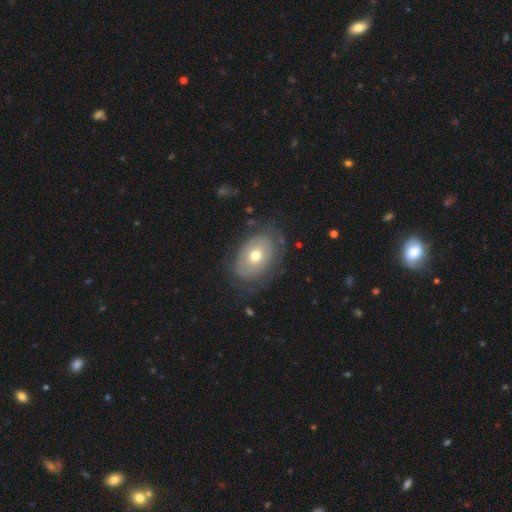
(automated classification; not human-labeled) Q: Smooth or featured?
A: smooth (51%); runner-up: featured or disk (41%)
Q: How rounded?
A: in between (77%); runner-up: round (22%)
Q: Merging?
A: none (73%); runner-up: minor disturbance (18%)